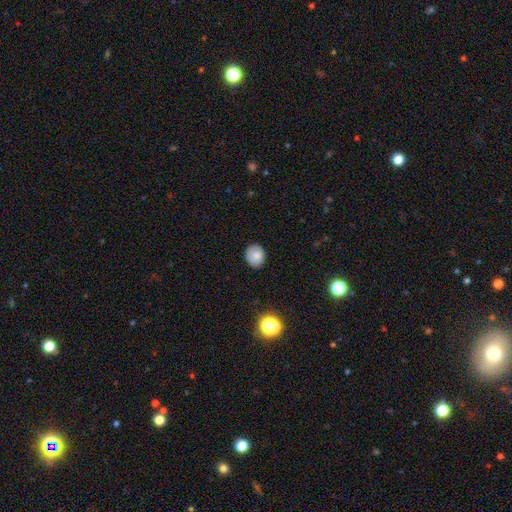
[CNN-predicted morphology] This is clearly a smooth galaxy (84%). How rounded: possibly round (59%). Merging: clearly none (85%).